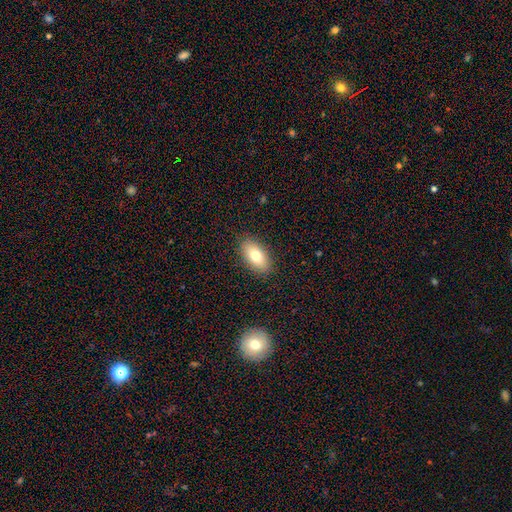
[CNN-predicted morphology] This appears to be a smooth galaxy with no disk features (76%) that is in between round and cigar-shaped (91%). Merging: none (87%).